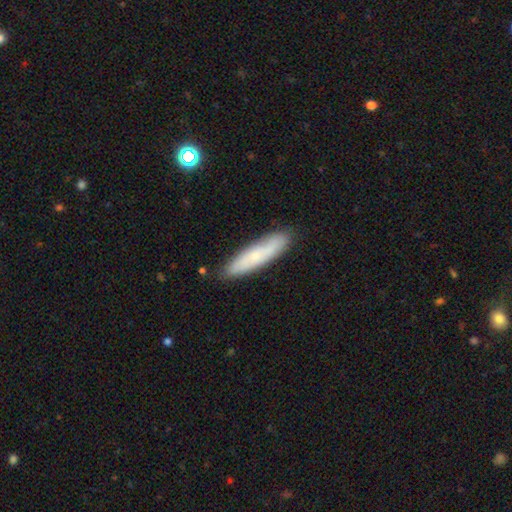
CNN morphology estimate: smooth_or_featured: smooth (p=0.61) [alt: featured or disk p=0.33]
how_rounded: cigar-shaped (p=0.79) [alt: in between p=0.20]
merging: none (p=0.85) [alt: minor disturbance p=0.11]